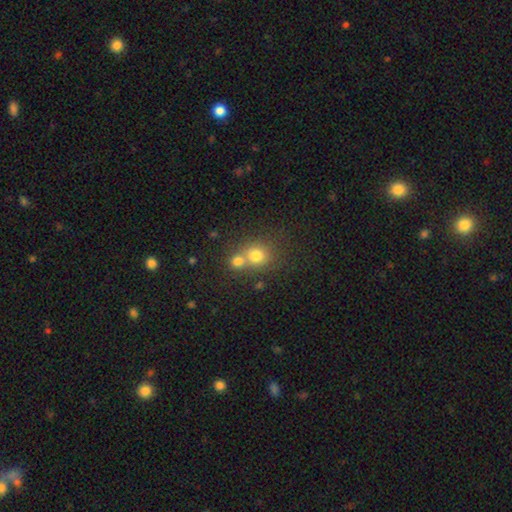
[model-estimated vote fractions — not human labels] This appears to be a smooth galaxy with no disk features (76%) that is round (83%). Merging: merger (48%).